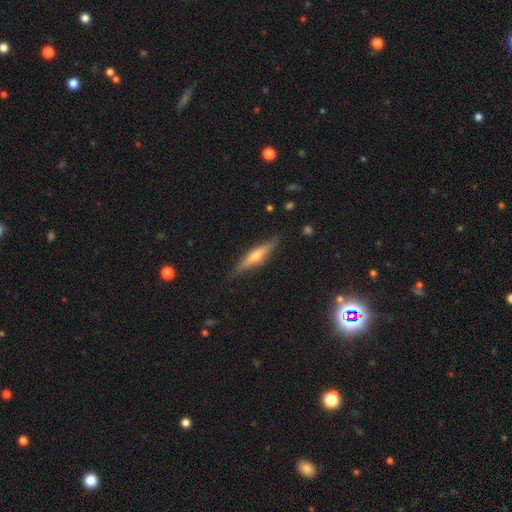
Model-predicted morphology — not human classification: A featured or disk galaxy (63%) viewed edge-on (95%) with a rounded central bulge (86%).

Vote fractions:
- Smooth or featured? featured or disk: 63% / smooth: 29% / star or artifact: 8%
- Edge-on disk? yes: 95% / no: 5%
- Edge-on bulge? rounded: 86% / none: 8% / boxy: 5%
- Merging? none: 87% / minor disturbance: 10% / major disturbance: 2% / merger: 1%